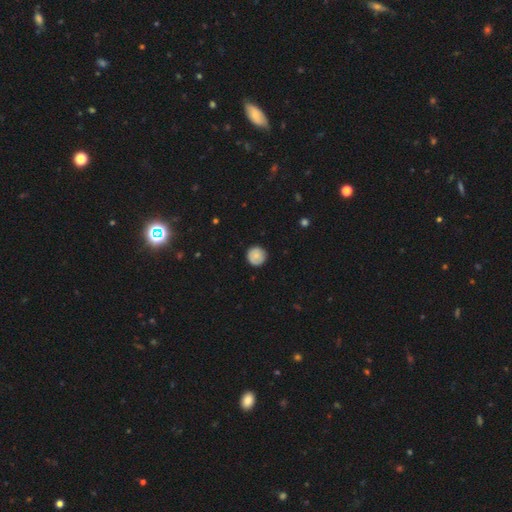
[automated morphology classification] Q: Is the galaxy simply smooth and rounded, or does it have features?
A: smooth — 80%.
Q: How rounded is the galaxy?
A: round — 95%.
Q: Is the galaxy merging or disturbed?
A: none — 87%.